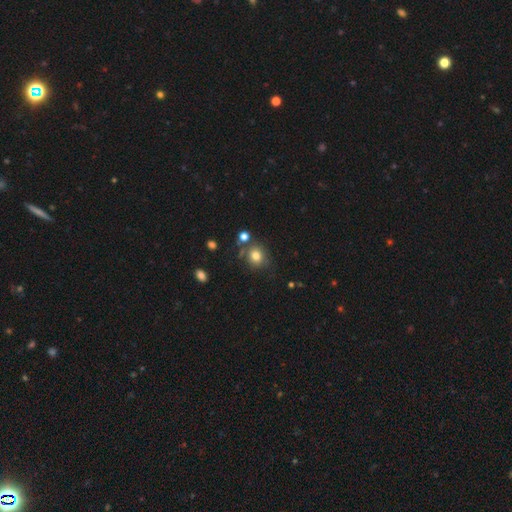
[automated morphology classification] The model was most divided on "how rounded": round: 77%, in between: 22%, cigar-shaped: 1%. More confident: smooth or featured — smooth (78%); merging — none (71%).